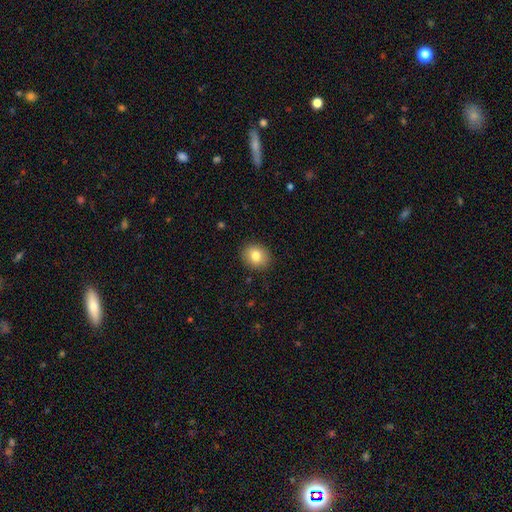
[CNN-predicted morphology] Smooth or featured?
  - smooth: 81% *
  - featured or disk: 10%
  - star or artifact: 9%
How rounded?
  - round: 70% *
  - in between: 29%
  - cigar-shaped: 1%
Merging?
  - none: 89% *
  - minor disturbance: 8%
  - major disturbance: 2%
  - merger: 1%